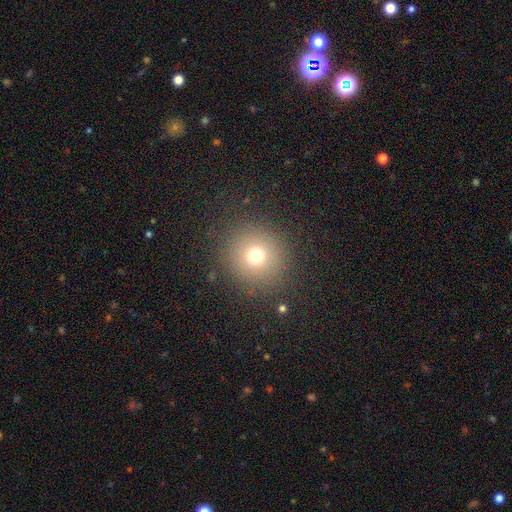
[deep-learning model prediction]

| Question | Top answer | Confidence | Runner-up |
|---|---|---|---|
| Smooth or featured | smooth | 71% | star or artifact (18%) |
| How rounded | round | 92% | in between (7%) |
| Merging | none | 87% | minor disturbance (7%) |